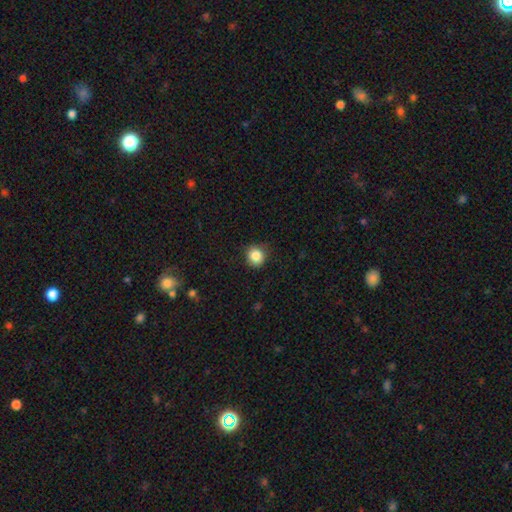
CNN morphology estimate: smooth_or_featured: smooth (p=0.86) [alt: star or artifact p=0.10]
how_rounded: round (p=0.86) [alt: in between p=0.13]
merging: none (p=0.84) [alt: minor disturbance p=0.12]